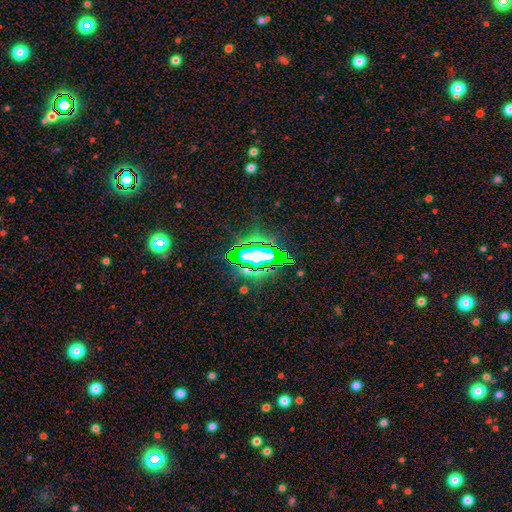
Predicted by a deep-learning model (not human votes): star or artifact 63%, smooth 21%, featured or disk 16%.